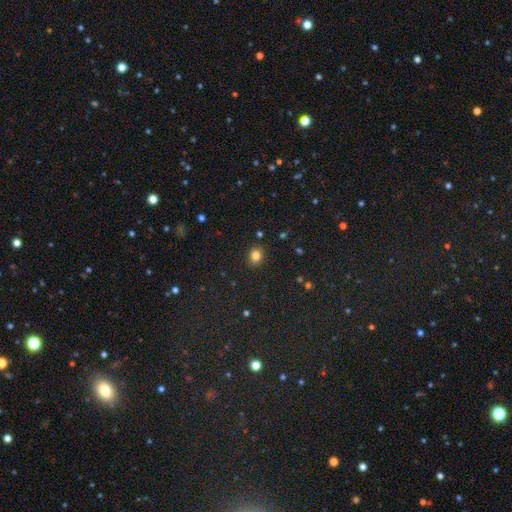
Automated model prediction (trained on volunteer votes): smooth_or_featured: smooth (p=0.82) [alt: star or artifact p=0.12]
how_rounded: round (p=0.57) [alt: in between p=0.42]
merging: none (p=0.88) [alt: minor disturbance p=0.08]